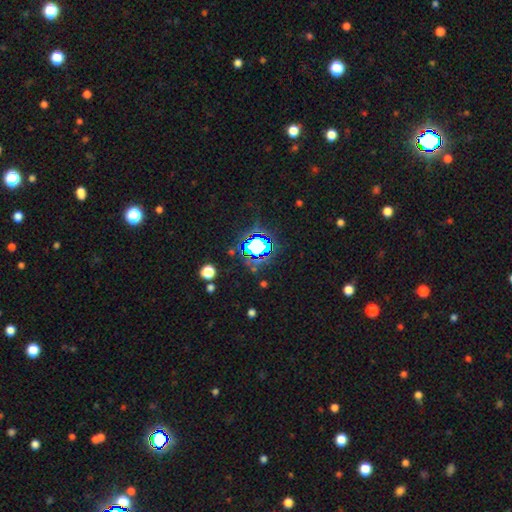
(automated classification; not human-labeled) Smooth or featured? Predicted: star or artifact (p=0.75).